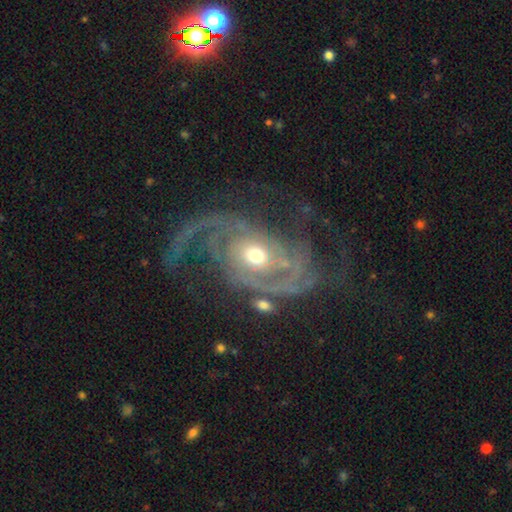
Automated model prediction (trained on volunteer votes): Smooth or featured? Predicted: featured or disk (p=0.87). Edge-on disk? Predicted: no (p=0.96). Bar? Predicted: no (p=0.72). Spiral arms? Predicted: yes (p=0.92). Spiral winding? Predicted: medium (p=0.40). Spiral arm count? Predicted: 2 (p=0.45). Bulge size? Predicted: moderate (p=0.62). Merging? Predicted: none (p=0.51).